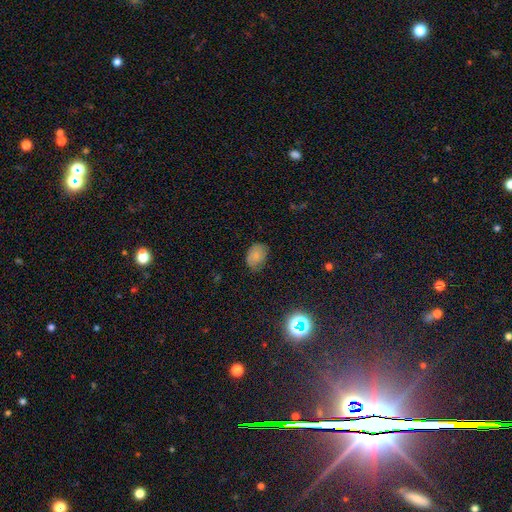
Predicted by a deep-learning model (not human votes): The model was most divided on "merging": none: 69%, minor disturbance: 24%, major disturbance: 5%, merger: 1%. More confident: smooth or featured — smooth (79%); how rounded — in between (78%).